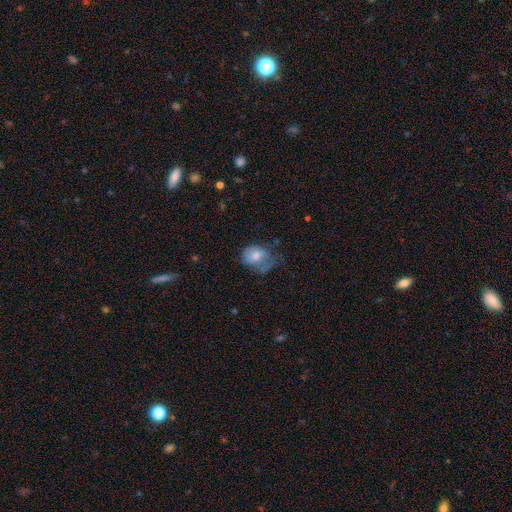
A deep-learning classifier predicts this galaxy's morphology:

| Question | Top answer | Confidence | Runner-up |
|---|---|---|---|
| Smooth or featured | smooth | 66% | featured or disk (26%) |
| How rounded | in between | 59% | round (40%) |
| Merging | minor disturbance | 34% | none (32%) |